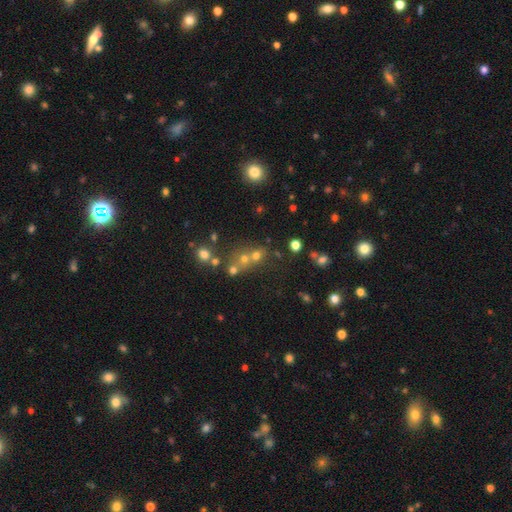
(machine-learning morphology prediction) The model was most divided on "smooth or featured": star or artifact: 46%, smooth: 38%, featured or disk: 16%.